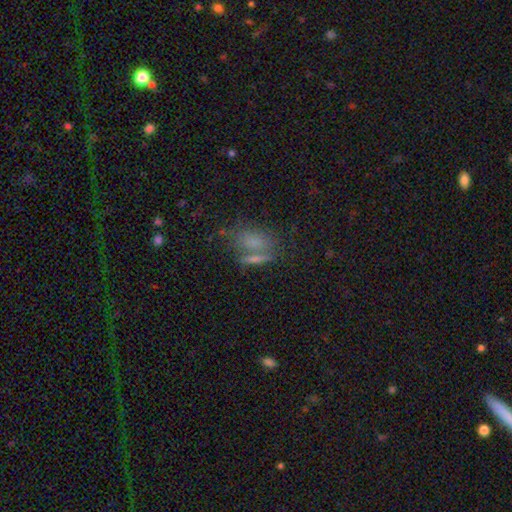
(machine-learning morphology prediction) smooth_or_featured: smooth (p=0.66) [alt: featured or disk p=0.17]
how_rounded: in between (p=0.67) [alt: cigar-shaped p=0.18]
merging: none (p=0.50) [alt: merger p=0.27]